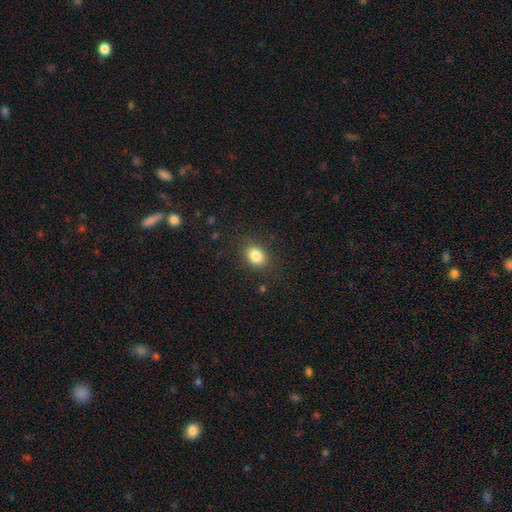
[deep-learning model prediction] Overall: smooth (84%). How rounded: in between (66%; round 32%). Merging: none (85%).